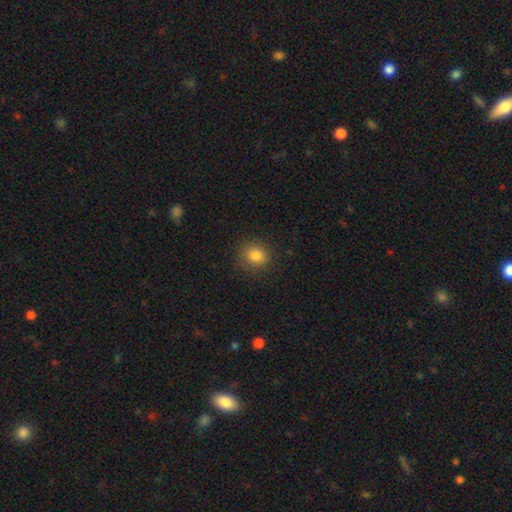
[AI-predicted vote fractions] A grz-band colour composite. It shows a smooth galaxy with no disk features (84%) that is round (76%). Merging: none (85%).